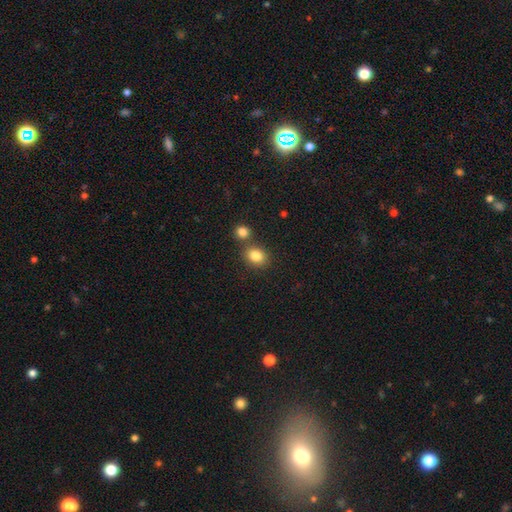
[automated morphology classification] smooth-or-featured: smooth: 83% | star or artifact: 10% | featured or disk: 6%
  how-rounded: round: 61% | in between: 38% | cigar-shaped: 1%
  merging: none: 66% | merger: 22% | minor disturbance: 9% | major disturbance: 3%